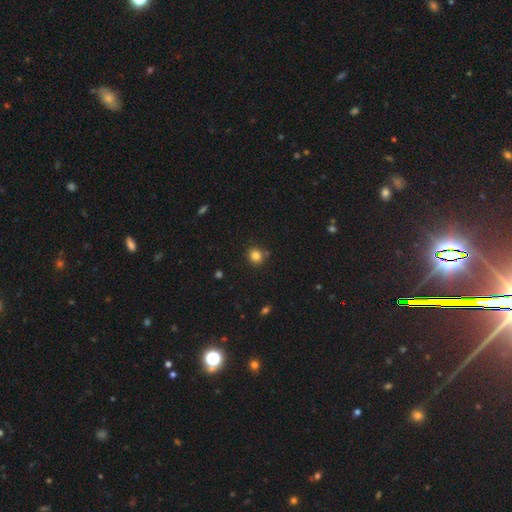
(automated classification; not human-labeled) Morphology: type=smooth (83%); roundness=round (86%); merging=none (82%).